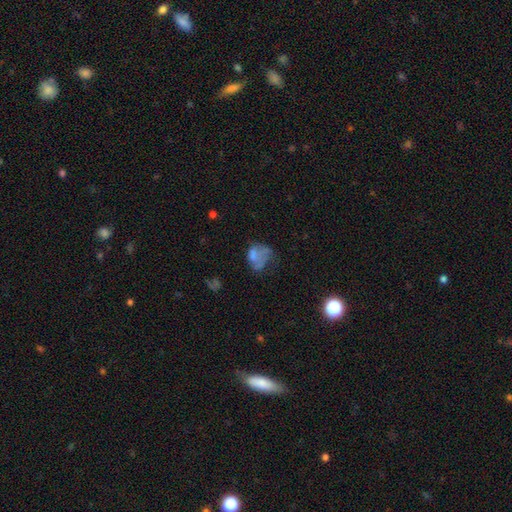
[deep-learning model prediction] This is possibly a smooth galaxy (54%). How rounded: likely in between (64%). Merging: marginally major disturbance (39%).